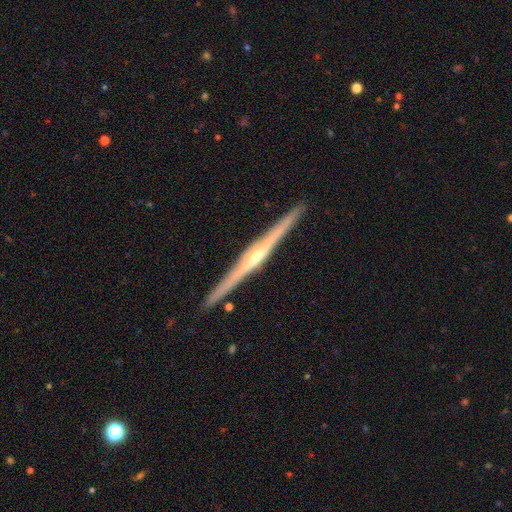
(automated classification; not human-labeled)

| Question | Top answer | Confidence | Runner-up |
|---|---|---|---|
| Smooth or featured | featured or disk | 86% | smooth (10%) |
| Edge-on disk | yes | 98% | no (2%) |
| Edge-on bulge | rounded | 81% | none (12%) |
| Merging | none | 92% | minor disturbance (5%) |